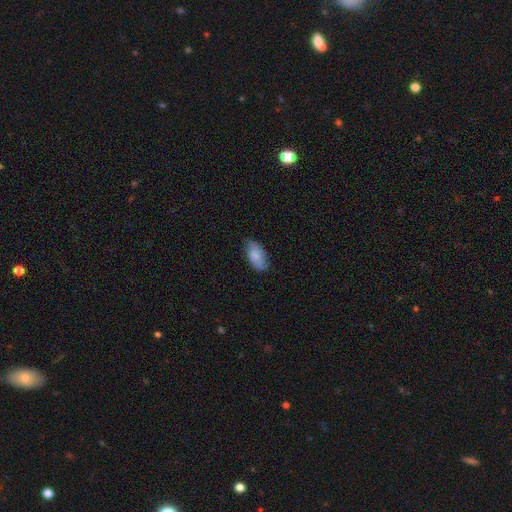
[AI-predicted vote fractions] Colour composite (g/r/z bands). It shows a smooth galaxy with no disk features (80%) that is in between round and cigar-shaped (94%). Merging: none (67%).